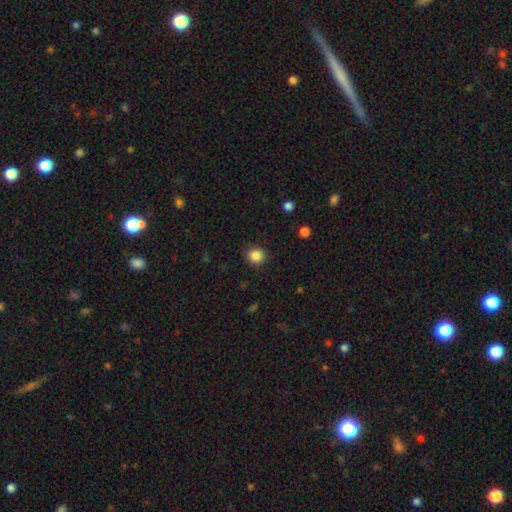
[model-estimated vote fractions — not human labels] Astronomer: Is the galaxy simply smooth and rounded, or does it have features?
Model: smooth — 86%.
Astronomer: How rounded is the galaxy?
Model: round — 90%.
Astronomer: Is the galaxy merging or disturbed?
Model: none — 91%.